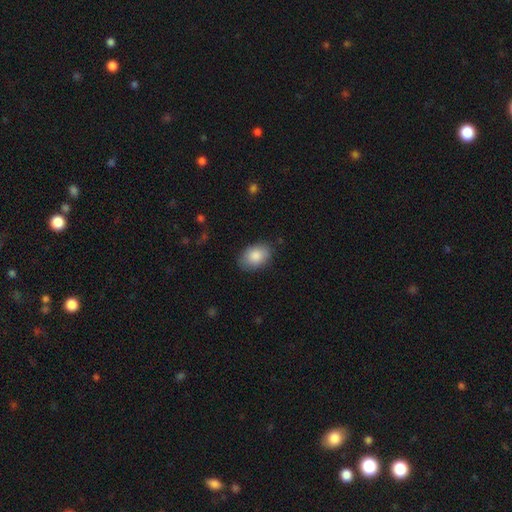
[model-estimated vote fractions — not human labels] smooth-or-featured: smooth: 87% | star or artifact: 7% | featured or disk: 7%
  how-rounded: in between: 85% | round: 14% | cigar-shaped: 1%
  merging: none: 82% | minor disturbance: 14% | major disturbance: 3% | merger: 1%